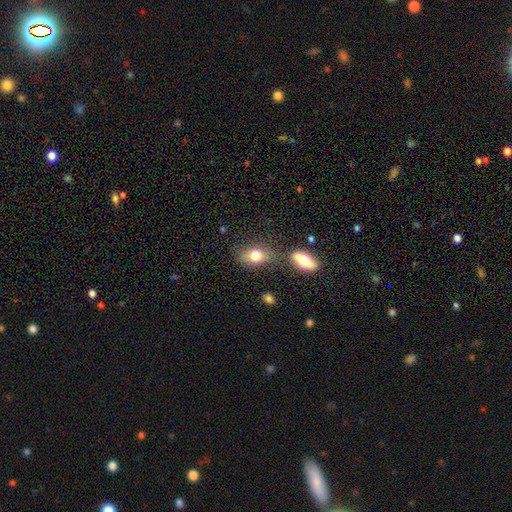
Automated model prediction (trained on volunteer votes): Smooth or featured? Predicted: smooth (p=0.77). How rounded? Predicted: in between (p=0.80). Merging? Predicted: none (p=0.62).